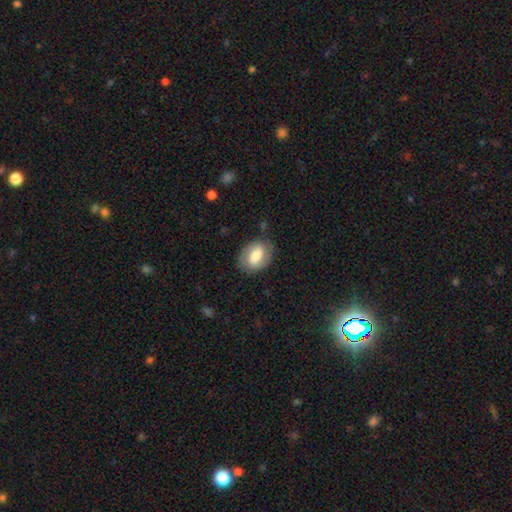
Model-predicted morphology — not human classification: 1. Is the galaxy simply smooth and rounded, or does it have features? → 63% smooth, 30% featured or disk, 7% star or artifact.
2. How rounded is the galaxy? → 81% in between, 17% round, 2% cigar-shaped.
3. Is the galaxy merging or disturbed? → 79% none, 15% minor disturbance, 5% major disturbance, 1% merger.